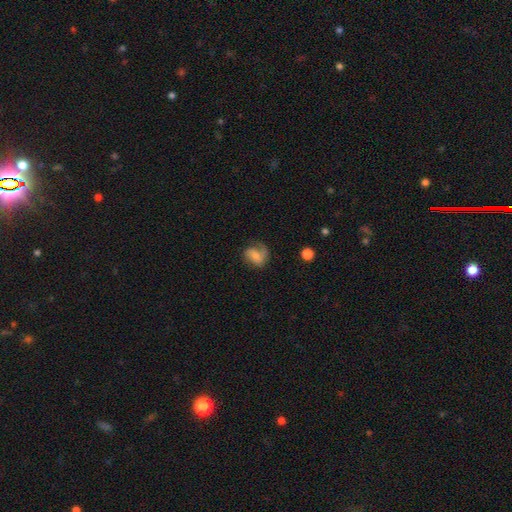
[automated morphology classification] type=smooth (48%); merging=none (47%).